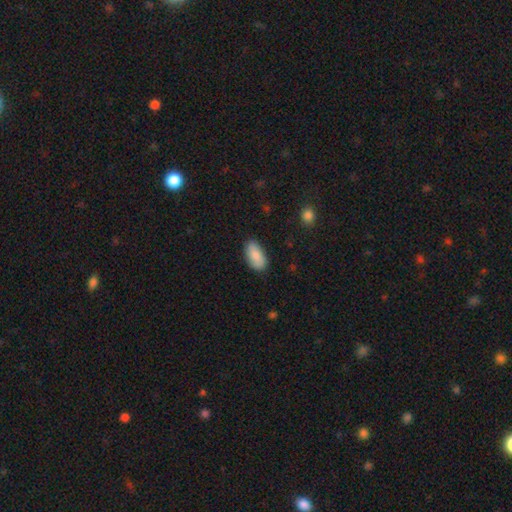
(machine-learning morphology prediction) smooth 86%, featured or disk 8%, star or artifact 6%. Down the decision tree: how rounded — in between (93%); merging — none (81%).